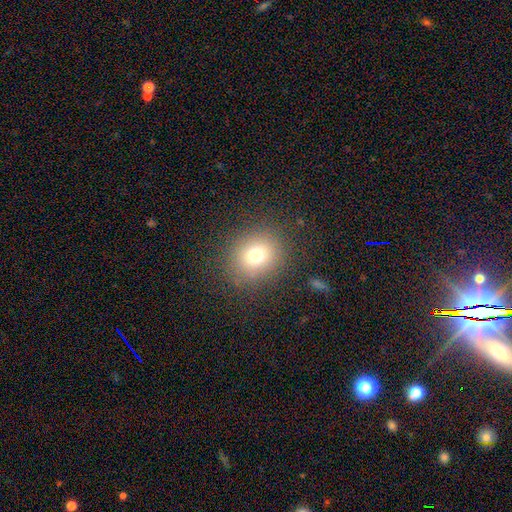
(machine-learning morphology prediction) Smooth or featured? Predicted: smooth (p=0.74). How rounded? Predicted: round (p=0.72). Merging? Predicted: none (p=0.86).